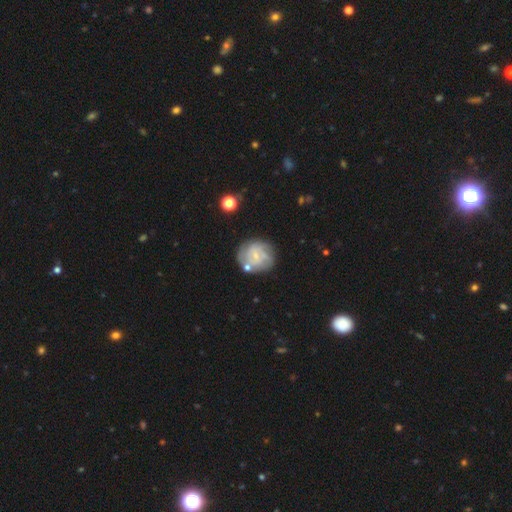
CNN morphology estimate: smooth_or_featured: featured or disk (p=0.65) [alt: smooth p=0.28]
disk_edge_on: no (p=0.98) [alt: yes p=0.02]
bar: no (p=0.59) [alt: weak p=0.35]
has_spiral_arms: yes (p=0.79) [alt: no p=0.21]
spiral_winding: tight (p=0.54) [alt: medium p=0.33]
spiral_arm_count: can't tell (p=0.43) [alt: 2 p=0.22]
bulge_size: small (p=0.72) [alt: moderate p=0.15]
merging: none (p=0.64) [alt: minor disturbance p=0.19]